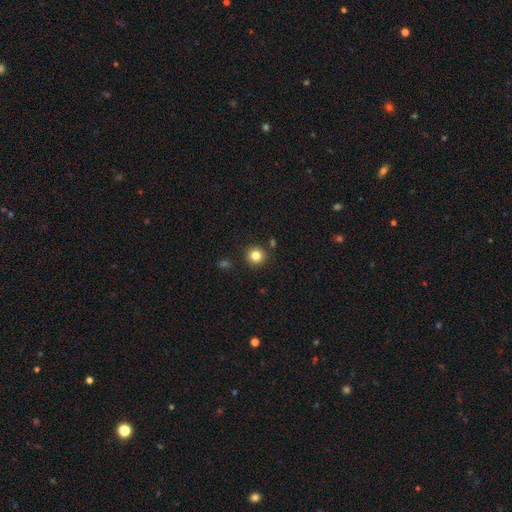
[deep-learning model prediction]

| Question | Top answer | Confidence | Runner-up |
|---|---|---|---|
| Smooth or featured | smooth | 82% | star or artifact (12%) |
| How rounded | round | 94% | in between (5%) |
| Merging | none | 89% | minor disturbance (6%) |